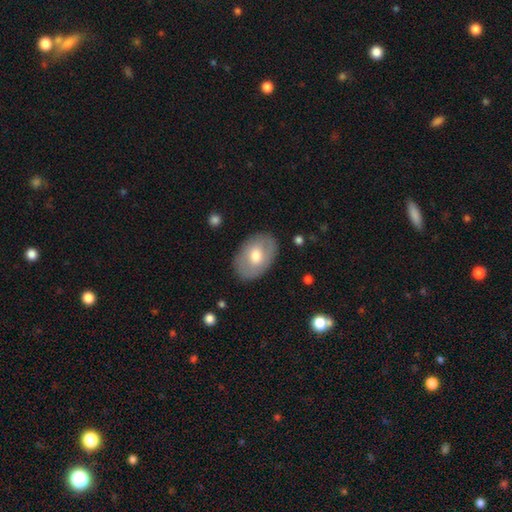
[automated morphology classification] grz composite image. It shows a smooth galaxy with no disk features (63%) that is in between round and cigar-shaped (85%). Merging: none (84%).